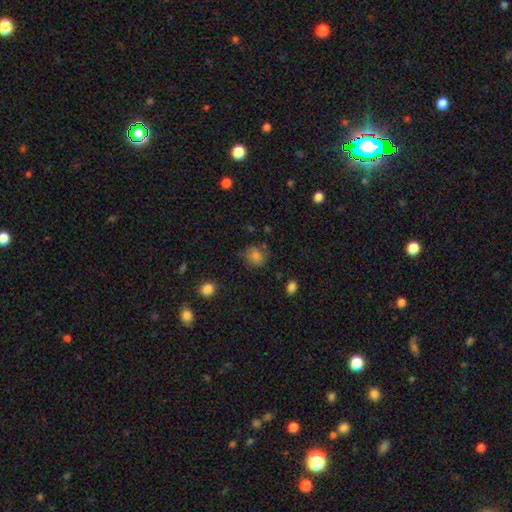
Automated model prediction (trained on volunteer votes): The model was most divided on "merging": none: 70%, minor disturbance: 20%, major disturbance: 7%, merger: 3%. More confident: smooth or featured — smooth (78%); how rounded — round (75%).